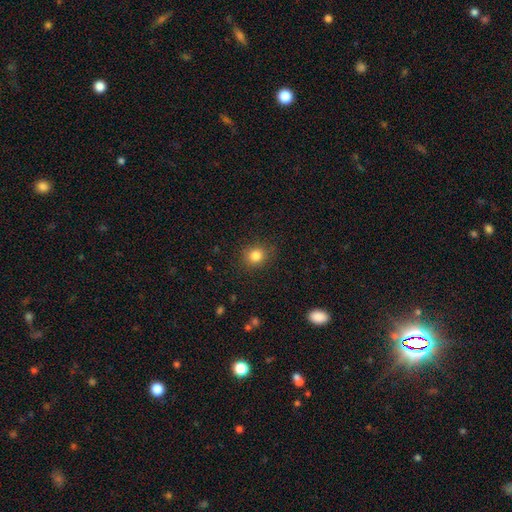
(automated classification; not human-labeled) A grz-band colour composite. It shows a smooth galaxy with no disk features (83%) that is round (81%). Merging: none (87%).